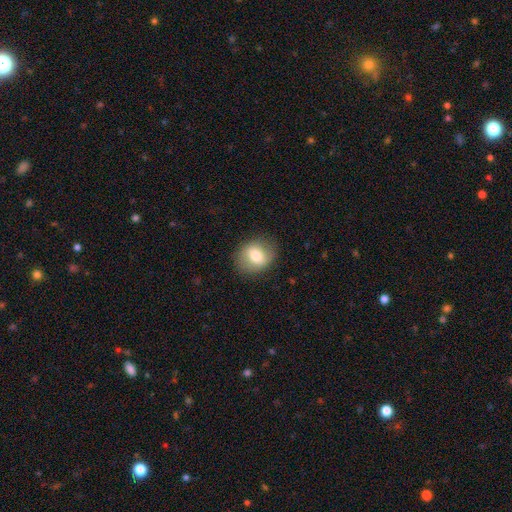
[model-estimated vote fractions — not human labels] smooth_or_featured: smooth (p=0.67) [alt: featured or disk p=0.24]
how_rounded: round (p=0.64) [alt: in between p=0.35]
merging: none (p=0.82) [alt: minor disturbance p=0.13]